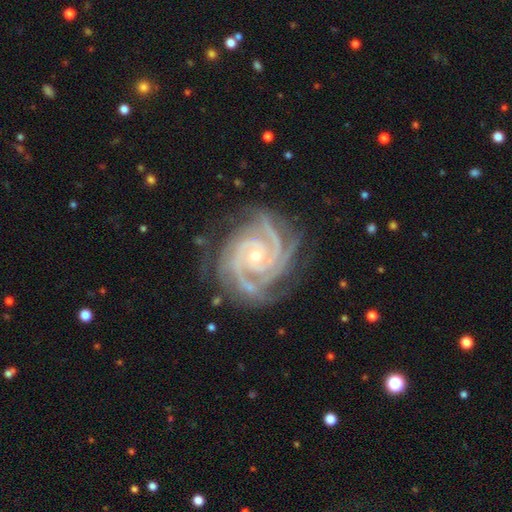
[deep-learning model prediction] Q: Smooth or featured?
A: featured or disk (93%); runner-up: star or artifact (4%)
Q: Edge-on disk?
A: no (98%); runner-up: yes (2%)
Q: Bar?
A: no (71%); runner-up: weak (20%)
Q: Spiral arms?
A: yes (99%); runner-up: no (1%)
Q: Spiral winding?
A: tight (78%); runner-up: medium (21%)
Q: Spiral arm count?
A: 3 (43%); runner-up: 4 (20%)
Q: Bulge size?
A: small (66%); runner-up: moderate (31%)
Q: Merging?
A: none (75%); runner-up: minor disturbance (18%)